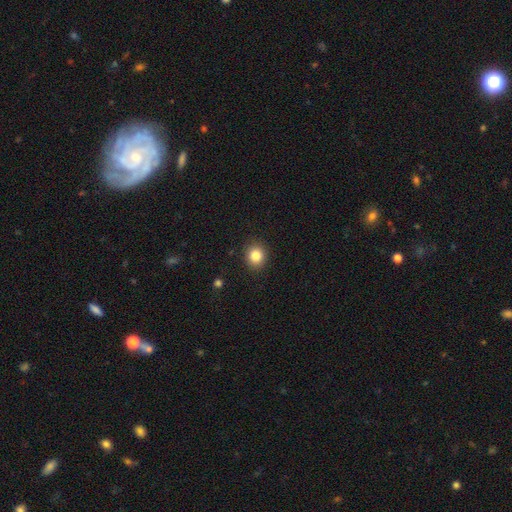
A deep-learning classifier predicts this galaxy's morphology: smooth_or_featured: smooth (p=0.84) [alt: star or artifact p=0.11]
how_rounded: round (p=0.76) [alt: in between p=0.24]
merging: none (p=0.90) [alt: minor disturbance p=0.07]